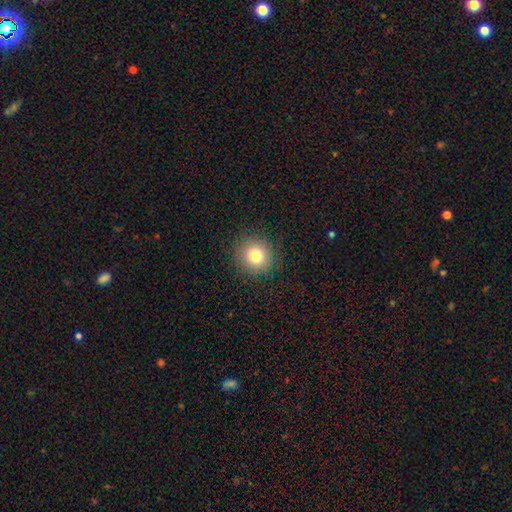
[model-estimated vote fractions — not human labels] Smooth or featured? Predicted: smooth (p=0.80). How rounded? Predicted: round (p=0.91). Merging? Predicted: none (p=0.89).